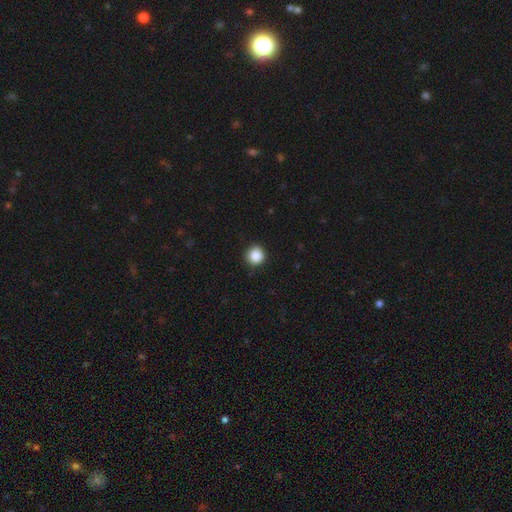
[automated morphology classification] Overall: smooth (87%). How rounded: round (94%). Merging: none (90%).